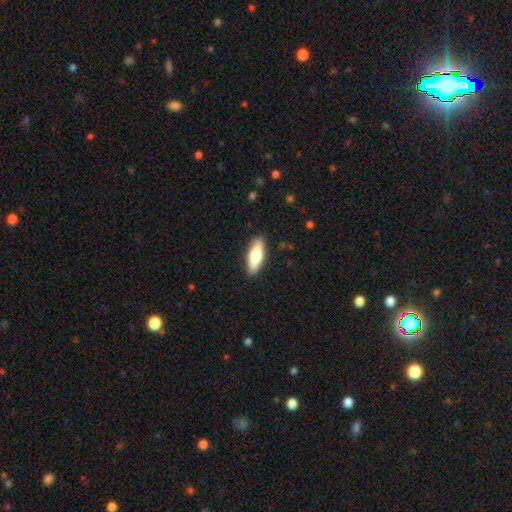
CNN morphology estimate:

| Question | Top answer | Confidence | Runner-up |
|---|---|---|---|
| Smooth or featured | smooth | 70% | featured or disk (24%) |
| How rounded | in between | 53% | cigar-shaped (44%) |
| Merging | none | 89% | minor disturbance (8%) |